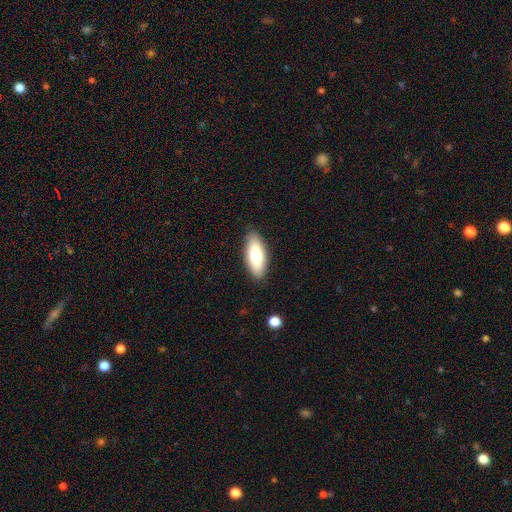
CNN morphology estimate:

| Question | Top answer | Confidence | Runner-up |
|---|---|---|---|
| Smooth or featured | smooth | 76% | featured or disk (18%) |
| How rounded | in between | 76% | cigar-shaped (22%) |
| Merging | none | 87% | minor disturbance (10%) |